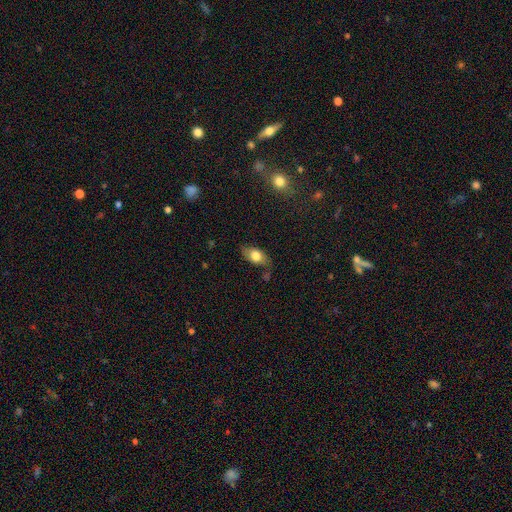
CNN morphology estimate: Overall: smooth (74%). How rounded: in between (88%). Merging: none (70%).